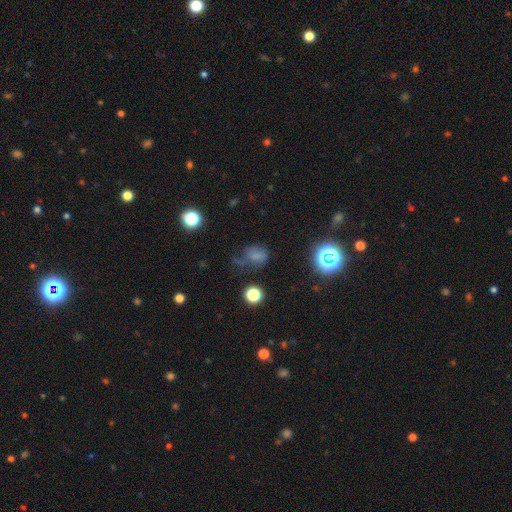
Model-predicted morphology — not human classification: Overall: smooth (58%; star or artifact 27%). How rounded: in between (56%; round 42%). Merging: none (40%; minor disturbance 27%).